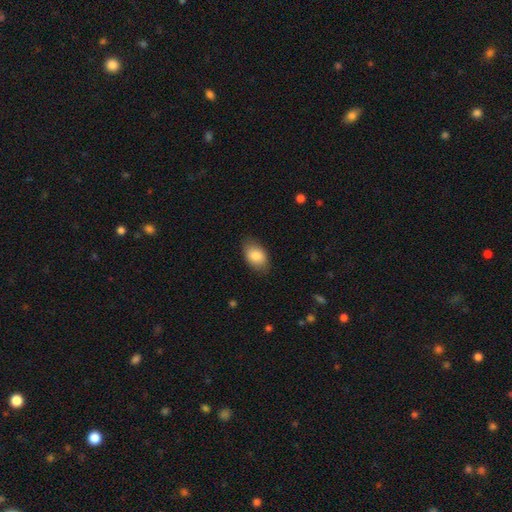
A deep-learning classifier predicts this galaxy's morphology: type=smooth (85%); roundness=in between (89%); merging=none (80%).